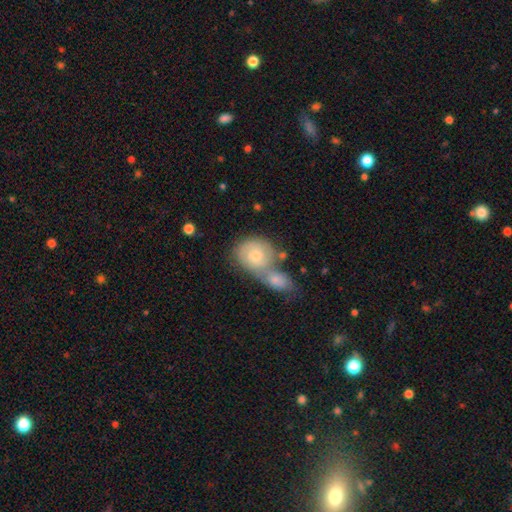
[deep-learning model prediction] Smooth or featured?
  - smooth: 56% *
  - featured or disk: 38%
  - star or artifact: 7%
How rounded?
  - round: 68% *
  - in between: 31%
  - cigar-shaped: 1%
Merging?
  - merger: 62% *
  - none: 24%
  - minor disturbance: 9%
  - major disturbance: 5%